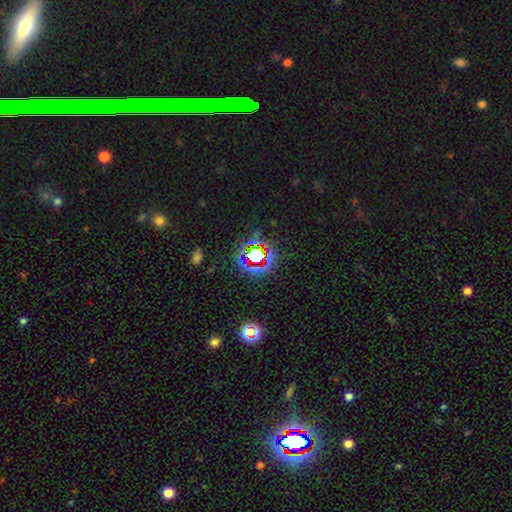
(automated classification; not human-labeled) smooth_or_featured: star or artifact (p=0.69) [alt: smooth p=0.20]